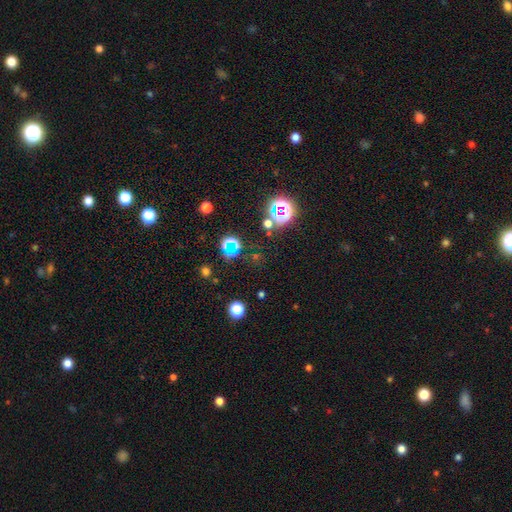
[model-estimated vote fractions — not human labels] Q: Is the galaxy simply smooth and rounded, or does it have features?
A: star or artifact — 67%.